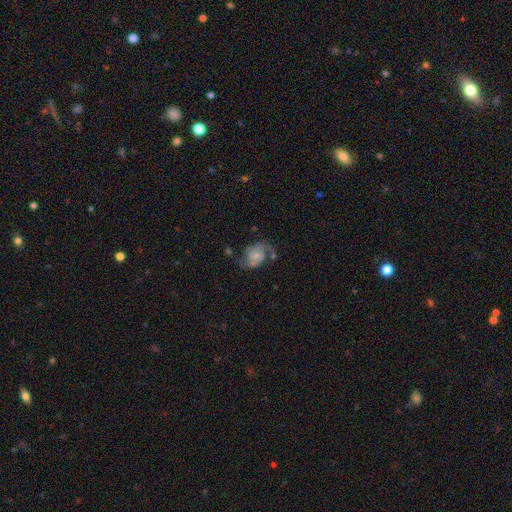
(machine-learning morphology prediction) Smooth or featured: featured or disk — 77% (smooth — 15%)
Edge-on disk: no — 98% (yes — 2%)
Bar: no — 56% (weak — 36%)
Spiral arms: yes — 94% (no — 6%)
Spiral winding: medium — 48% (loose — 37%)
Spiral arm count: 2 — 90% (can't tell — 4%)
Bulge size: small — 51% (none — 22%)
Merging: none — 61% (minor disturbance — 20%)